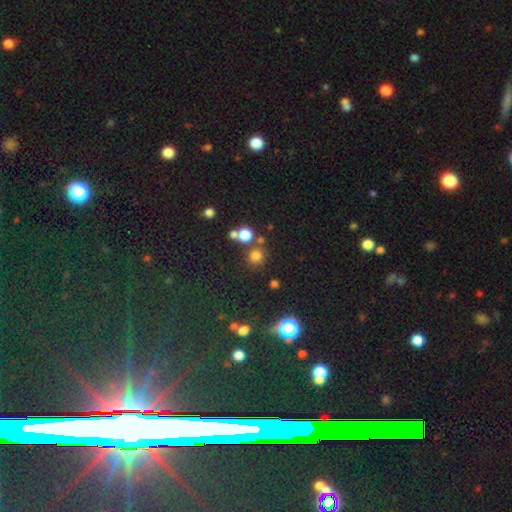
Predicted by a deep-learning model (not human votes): A smooth galaxy with no disk features (73%) that is round (90%). Merging: none (75%).